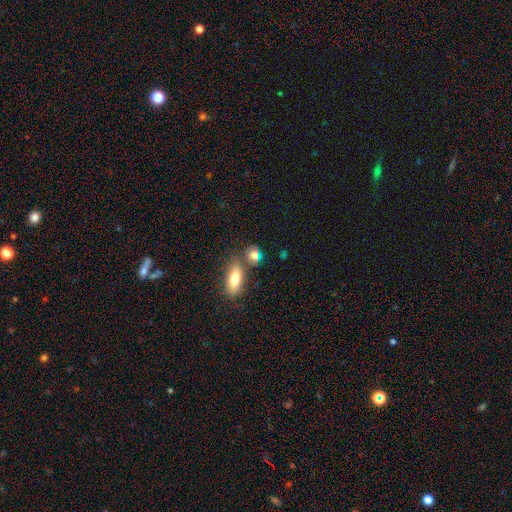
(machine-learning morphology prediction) smooth_or_featured: smooth (p=0.78) [alt: star or artifact p=0.12]
how_rounded: in between (p=0.49) [alt: round p=0.45]
merging: none (p=0.61) [alt: merger p=0.20]